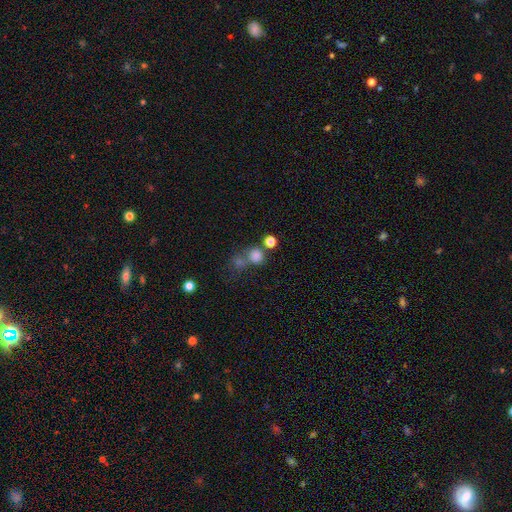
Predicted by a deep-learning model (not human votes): A smooth galaxy with no disk features (76%) that is round (84%). Merging: none (48%).